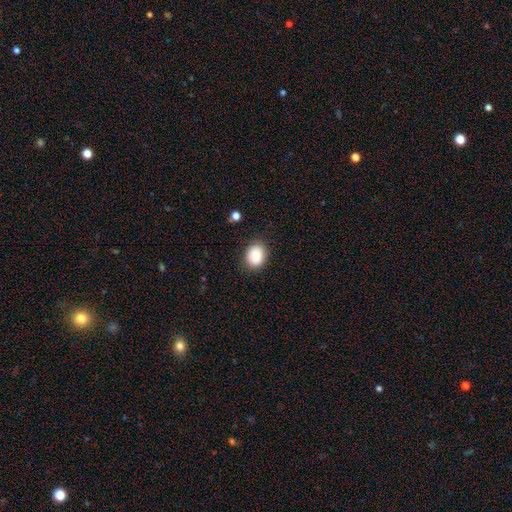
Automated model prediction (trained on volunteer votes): Smooth or featured: smooth — 85% (star or artifact — 8%)
How rounded: in between — 51% (round — 48%)
Merging: none — 83% (minor disturbance — 12%)